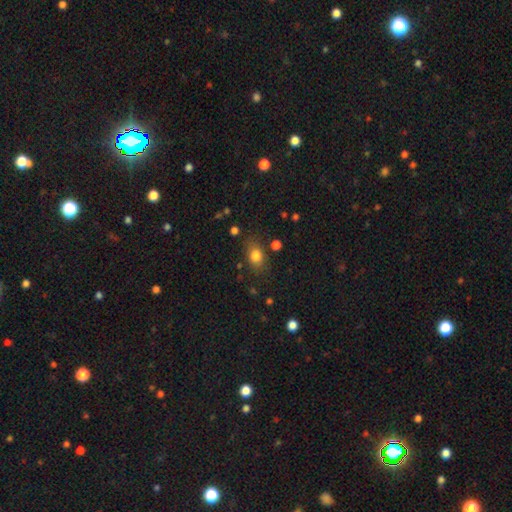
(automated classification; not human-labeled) Smooth or featured?
  - smooth: 81% *
  - star or artifact: 11%
  - featured or disk: 8%
How rounded?
  - in between: 68% *
  - round: 30%
  - cigar-shaped: 2%
Merging?
  - none: 76% *
  - minor disturbance: 16%
  - major disturbance: 5%
  - merger: 3%